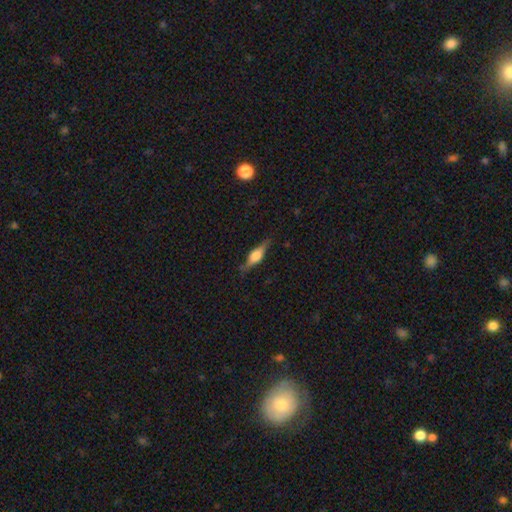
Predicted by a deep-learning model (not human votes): A featured or disk galaxy (65%) viewed edge-on (96%) with a rounded central bulge (84%). Merging: none (84%).